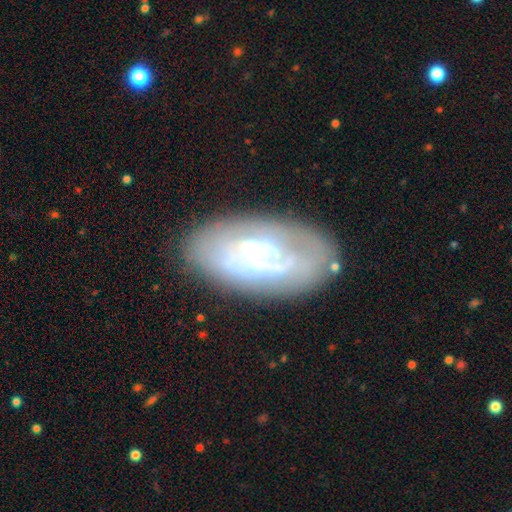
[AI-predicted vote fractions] Overall: featured or disk (65%; smooth 27%). Edge-on disk: no (93%). Bar: no (46%; weak 37%). Spiral arms: yes (59%; no 41%). Bulge size: small (46%; moderate 30%). Merging: none (69%).